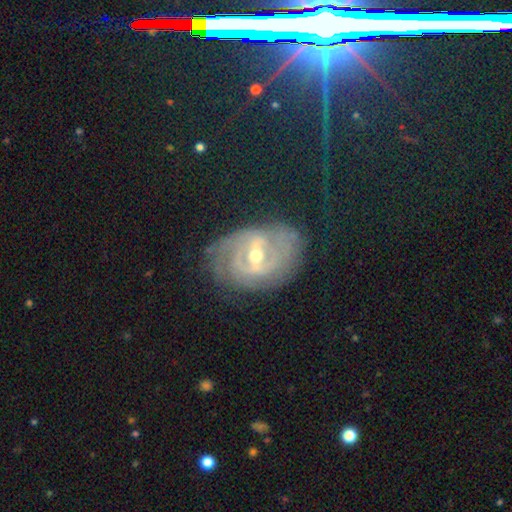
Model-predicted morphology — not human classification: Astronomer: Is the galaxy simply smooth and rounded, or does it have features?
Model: featured or disk — 81%.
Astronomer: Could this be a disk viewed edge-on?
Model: no — 95%.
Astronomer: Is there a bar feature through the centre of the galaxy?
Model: weak — 46% (runner-up: strong, 38%).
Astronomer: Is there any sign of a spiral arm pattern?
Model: yes — 91%.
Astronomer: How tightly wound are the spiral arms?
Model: tight — 64%.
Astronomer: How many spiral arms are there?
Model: can't tell — 36% (runner-up: 2, 31%).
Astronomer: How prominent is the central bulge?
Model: moderate — 59% (runner-up: small, 38%).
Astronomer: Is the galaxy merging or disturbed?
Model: none — 72%.